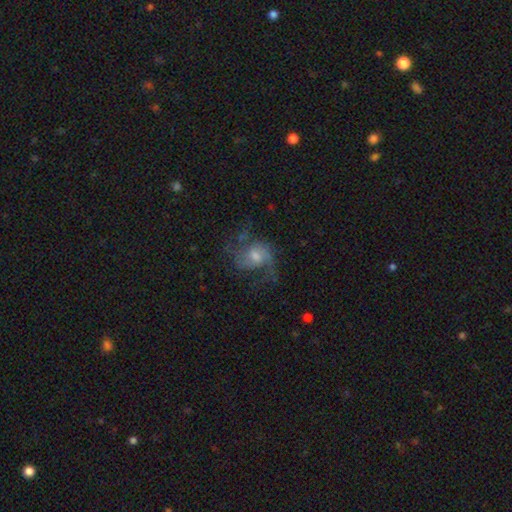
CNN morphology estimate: type=featured or disk (72%); edge-on=no (97%); bar=no (60%); spiral arms=yes (90%); winding=loose (50%); arm count=2 (67%); bulge=moderate (51%); merging=none (52%).